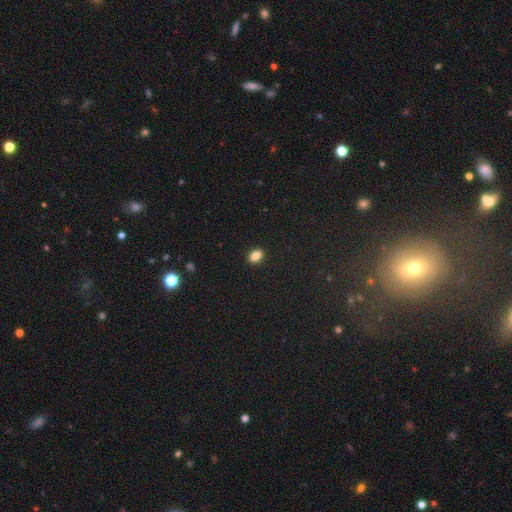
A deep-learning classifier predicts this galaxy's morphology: The model was most divided on "how rounded": in between: 78%, round: 20%, cigar-shaped: 2%. More confident: merging — none (90%); smooth or featured — smooth (85%).